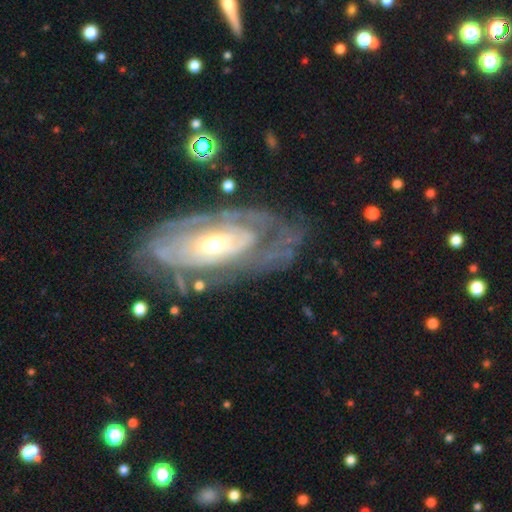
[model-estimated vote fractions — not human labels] This is clearly a featured or disk galaxy (81%). It is clearly not viewed edge-on (90%). Bar: likely no (67%). Spiral arm pattern: likely yes (75%). Spiral arm count: possibly can't tell (55%). Spiral winding: likely tight (72%). Central bulge: possibly moderate (49%). Merging: likely none (73%).